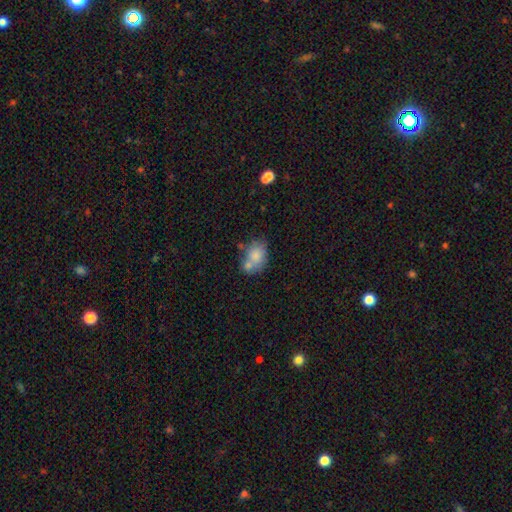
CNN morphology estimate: This is likely a smooth galaxy (76%). How rounded: likely in between (73%). Merging: marginally none (42%).